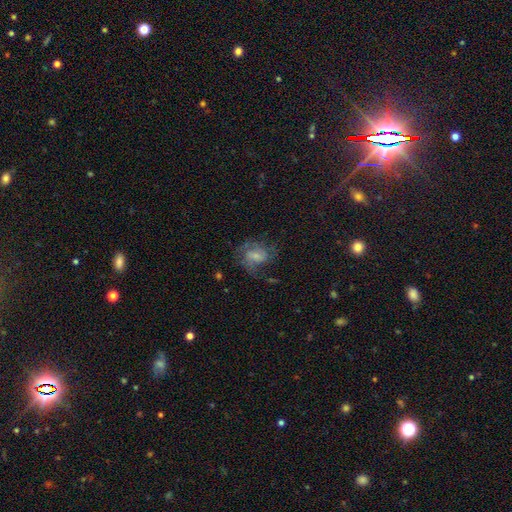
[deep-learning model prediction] Q: Smooth or featured?
A: featured or disk (60%); runner-up: smooth (31%)
Q: Edge-on disk?
A: no (97%); runner-up: yes (3%)
Q: Bar?
A: no (45%); tied with: weak (45%)
Q: Spiral arms?
A: yes (81%); runner-up: no (19%)
Q: Bulge size?
A: small (50%); runner-up: moderate (29%)
Q: Merging?
A: none (50%); runner-up: major disturbance (26%)